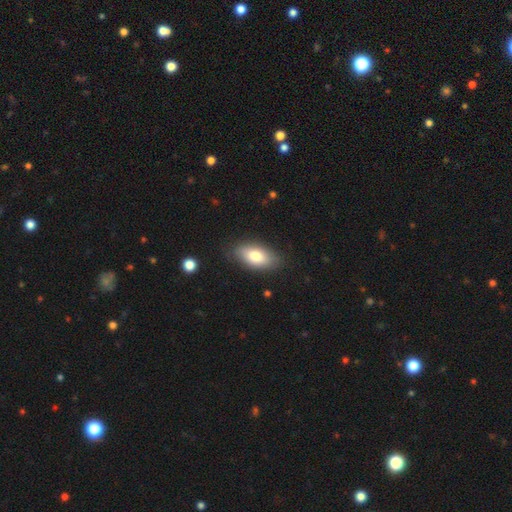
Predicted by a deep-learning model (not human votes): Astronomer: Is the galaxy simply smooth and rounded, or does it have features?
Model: smooth — 77%.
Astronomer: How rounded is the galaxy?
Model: in between — 91%.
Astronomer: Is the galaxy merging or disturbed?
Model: none — 83%.